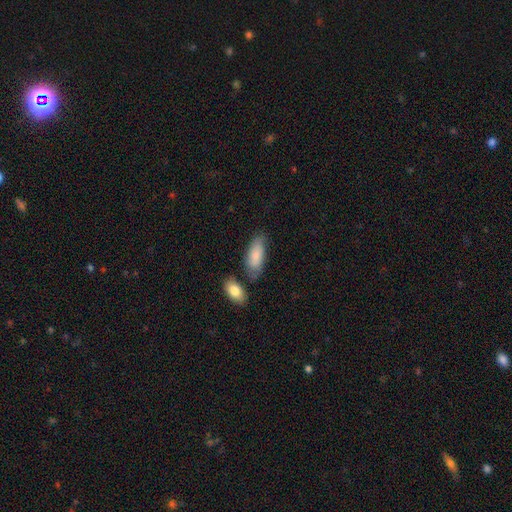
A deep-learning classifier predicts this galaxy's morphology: Smooth or featured? smooth (83%)
How rounded? in between (84%)
Merging? none (62%)